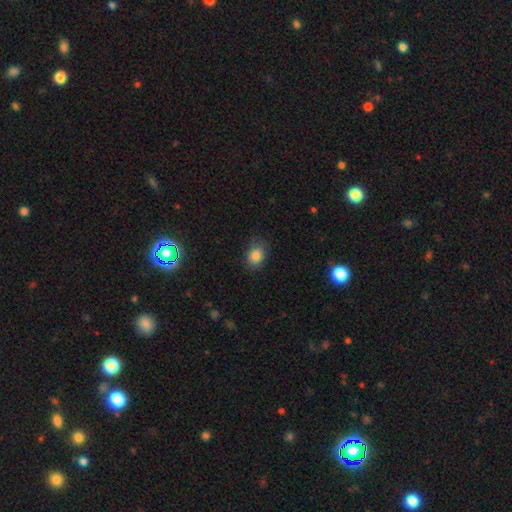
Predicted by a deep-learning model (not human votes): smooth_or_featured: smooth (p=0.84) [alt: star or artifact p=0.10]
how_rounded: in between (p=0.55) [alt: round p=0.44]
merging: none (p=0.77) [alt: minor disturbance p=0.18]